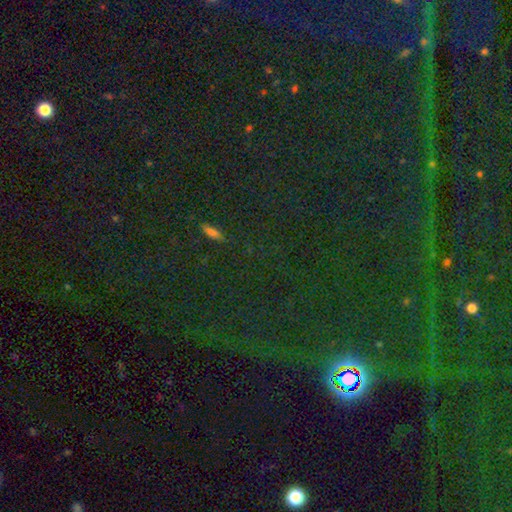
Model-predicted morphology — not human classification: Overall: star or artifact (77%).